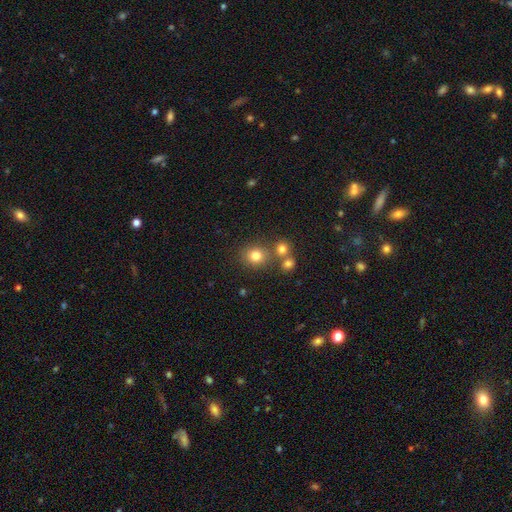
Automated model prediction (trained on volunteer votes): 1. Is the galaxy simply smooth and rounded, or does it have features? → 78% smooth, 14% star or artifact, 7% featured or disk.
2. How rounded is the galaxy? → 83% round, 16% in between, 1% cigar-shaped.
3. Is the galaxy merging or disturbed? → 71% none, 17% merger, 9% minor disturbance, 3% major disturbance.